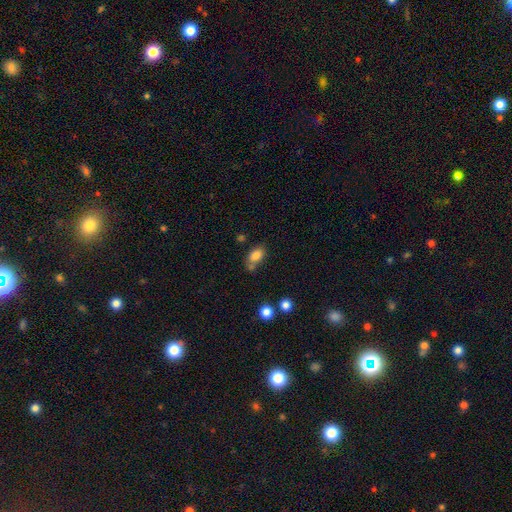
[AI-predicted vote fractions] Smooth or featured?
  - smooth: 83% *
  - star or artifact: 10%
  - featured or disk: 8%
How rounded?
  - in between: 84% *
  - round: 14%
  - cigar-shaped: 2%
Merging?
  - none: 57% *
  - minor disturbance: 19%
  - merger: 18%
  - major disturbance: 6%